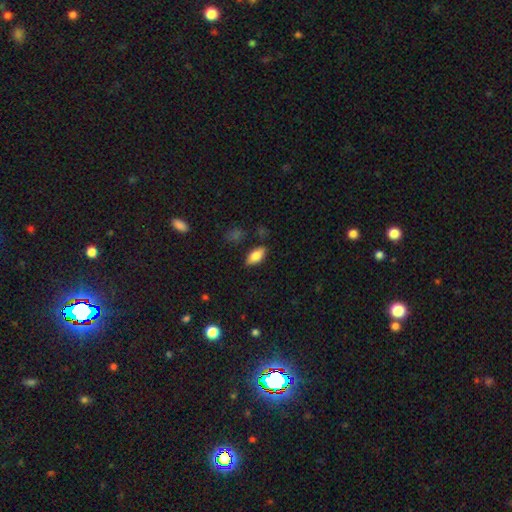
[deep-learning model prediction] This appears to be a smooth galaxy with no disk features (77%) that is in between round and cigar-shaped (87%). Merging: none (82%).